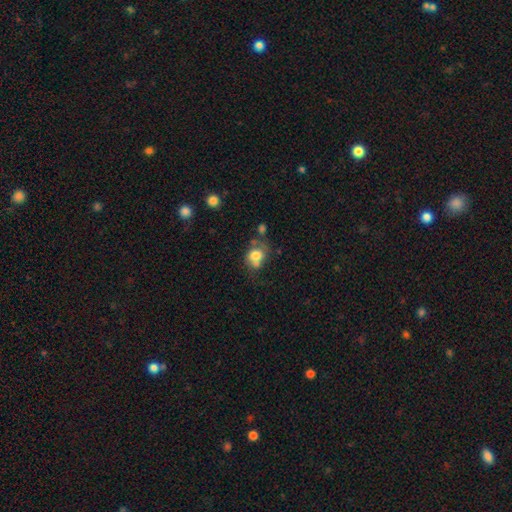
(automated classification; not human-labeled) smooth-or-featured: smooth: 73% | featured or disk: 17% | star or artifact: 10%
  how-rounded: round: 56% | in between: 43% | cigar-shaped: 1%
  merging: none: 39% | merger: 33% | minor disturbance: 19% | major disturbance: 9%